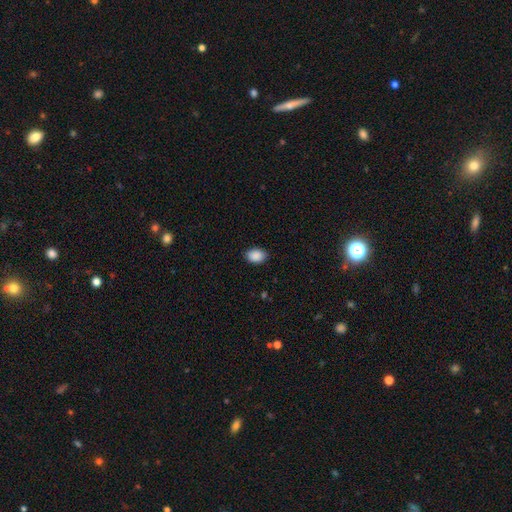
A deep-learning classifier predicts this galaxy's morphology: A smooth galaxy with no disk features (90%) that is in between round and cigar-shaped (79%).

Vote fractions:
- Smooth or featured? smooth: 90% / star or artifact: 8% / featured or disk: 3%
- How rounded? in between: 79% / round: 20% / cigar-shaped: 1%
- Merging? none: 86% / minor disturbance: 11% / major disturbance: 2% / merger: 1%